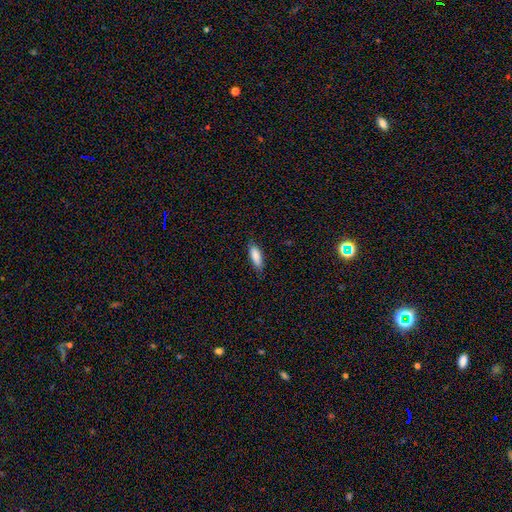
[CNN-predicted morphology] type=smooth (84%); roundness=in between (66%); merging=none (81%).